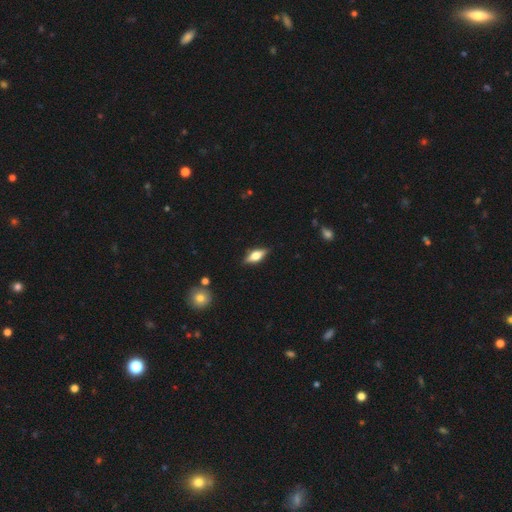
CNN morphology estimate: A smooth galaxy with no disk features (47%).

Vote fractions:
- Smooth or featured? smooth: 47% / featured or disk: 46% / star or artifact: 7%
- Merging? none: 86% / minor disturbance: 11% / major disturbance: 2% / merger: 1%